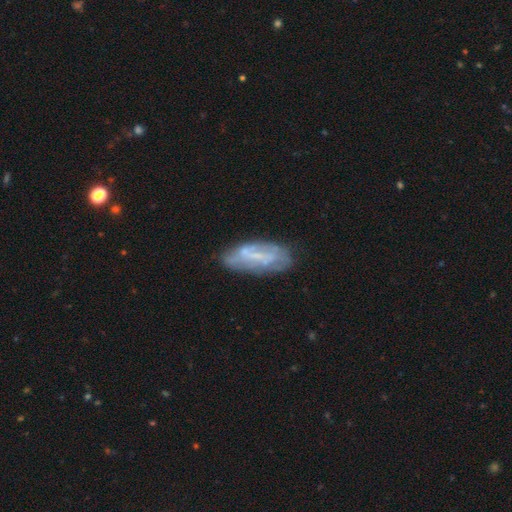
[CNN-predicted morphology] Smooth or featured? Predicted: featured or disk (p=0.56). Edge-on disk? Predicted: no (p=0.86). Merging? Predicted: none (p=0.63).